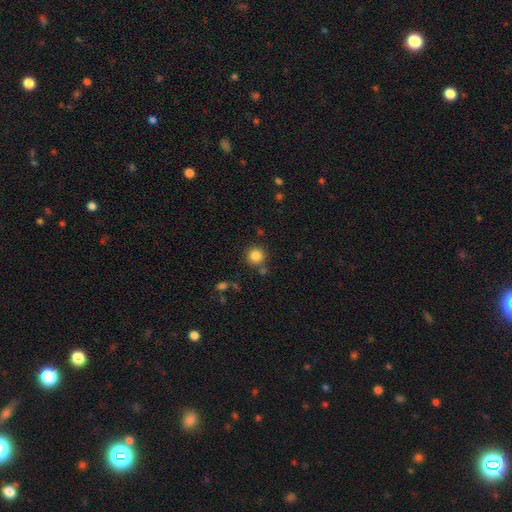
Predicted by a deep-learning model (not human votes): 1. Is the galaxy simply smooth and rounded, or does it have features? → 85% smooth, 11% star or artifact, 5% featured or disk.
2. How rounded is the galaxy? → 94% round, 5% in between, 1% cigar-shaped.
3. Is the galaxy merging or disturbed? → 81% none, 8% minor disturbance, 7% merger, 3% major disturbance.